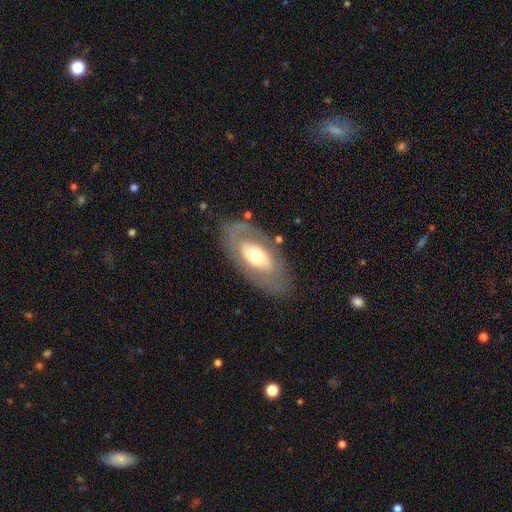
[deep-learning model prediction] Morphology: type=featured or disk (55%); edge-on=no (87%); merging=none (77%).